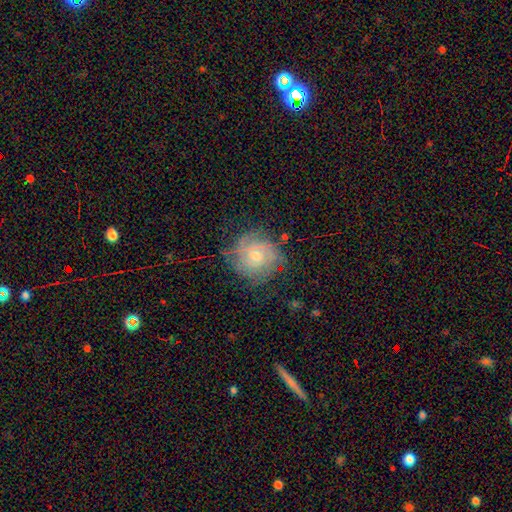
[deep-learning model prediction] Smooth or featured: featured or disk — 67% (smooth — 25%)
Edge-on disk: no — 97% (yes — 3%)
Bar: no — 70% (weak — 26%)
Spiral arms: yes — 86% (no — 14%)
Spiral winding: tight — 65% (medium — 26%)
Spiral arm count: can't tell — 44% (2 — 26%)
Bulge size: moderate — 50% (small — 42%)
Merging: none — 69% (minor disturbance — 20%)